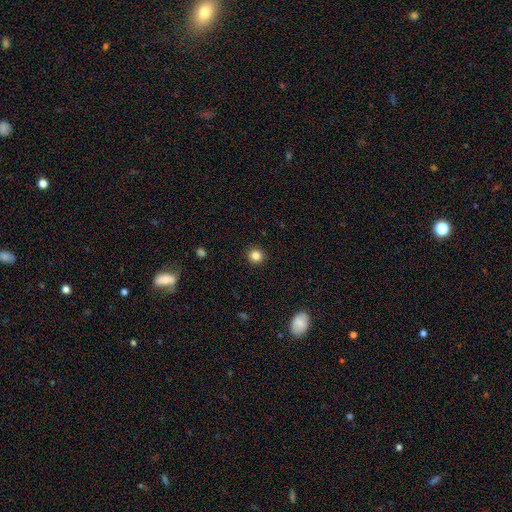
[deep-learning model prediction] Overall: smooth (84%). How rounded: round (93%). Merging: none (93%).